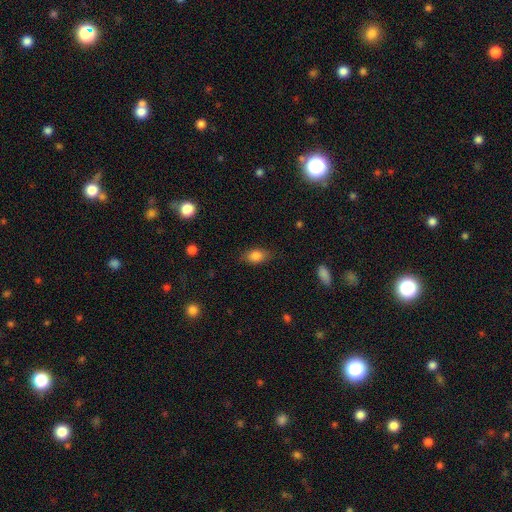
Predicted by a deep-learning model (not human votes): Smooth or featured? smooth (82%)
How rounded? in between (84%)
Merging? none (82%)